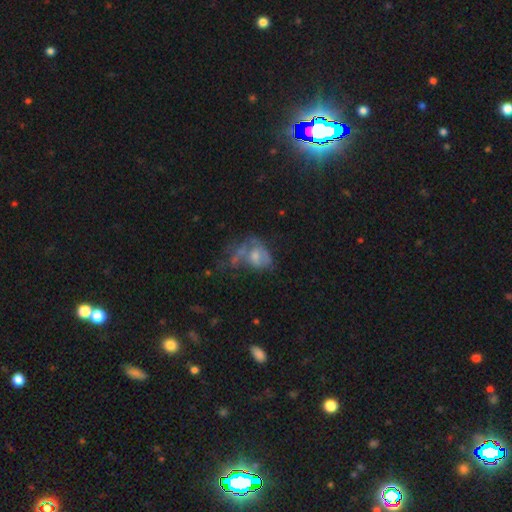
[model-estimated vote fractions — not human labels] Smooth or featured? Predicted: smooth (p=0.45). Merging? Predicted: major disturbance (p=0.39).